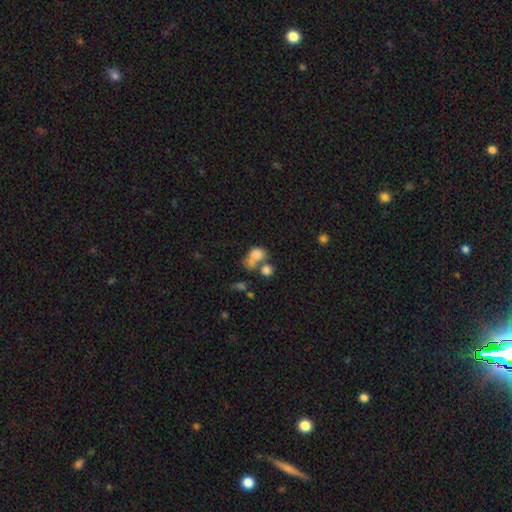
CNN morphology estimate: A smooth galaxy with no disk features (73%) that is in between round and cigar-shaped (58%).

Vote fractions:
- Smooth or featured? smooth: 73% / featured or disk: 16% / star or artifact: 11%
- How rounded? in between: 58% / round: 41% / cigar-shaped: 2%
- Merging? merger: 55% / none: 22% / major disturbance: 12% / minor disturbance: 10%